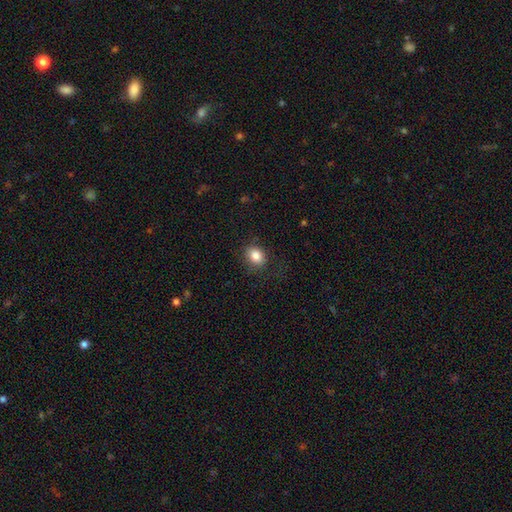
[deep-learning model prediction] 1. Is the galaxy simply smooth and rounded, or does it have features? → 85% smooth, 9% star or artifact, 6% featured or disk.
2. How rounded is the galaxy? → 50% in between, 49% round, 1% cigar-shaped.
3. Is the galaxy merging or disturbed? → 80% none, 13% minor disturbance, 5% major disturbance, 1% merger.